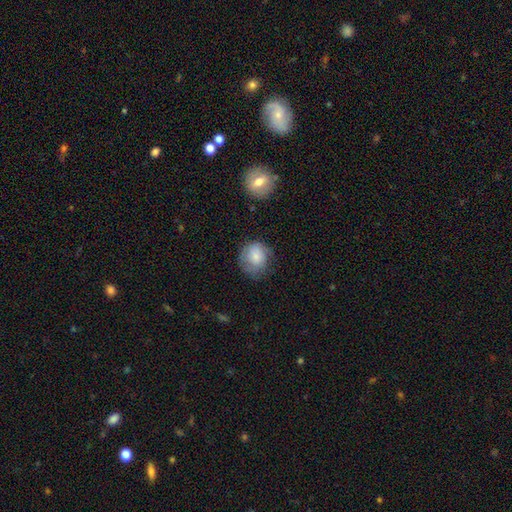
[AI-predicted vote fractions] A smooth galaxy with no disk features (71%) that is round (74%).

Vote fractions:
- Smooth or featured? smooth: 71% / featured or disk: 21% / star or artifact: 8%
- How rounded? round: 74% / in between: 25% / cigar-shaped: 1%
- Merging? none: 61% / minor disturbance: 26% / major disturbance: 11% / merger: 2%